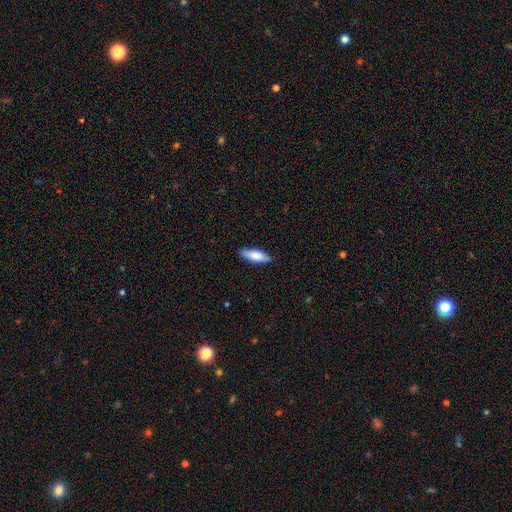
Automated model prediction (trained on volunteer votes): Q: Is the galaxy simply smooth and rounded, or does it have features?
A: smooth — 80%.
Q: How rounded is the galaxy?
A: in between — 62%.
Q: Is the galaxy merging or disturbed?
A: none — 86%.